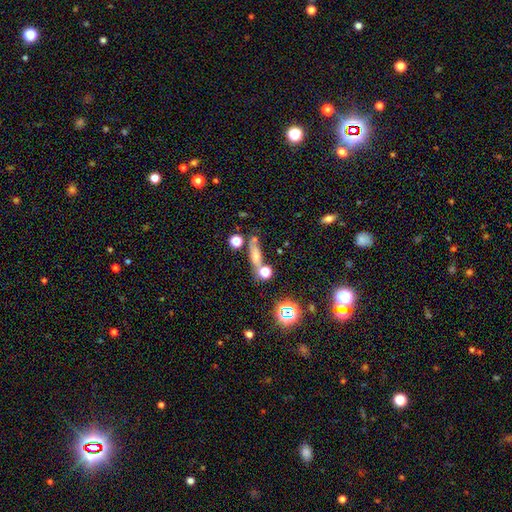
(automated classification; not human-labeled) Smooth or featured: smooth — 58% (featured or disk — 23%)
How rounded: cigar-shaped — 54% (in between — 31%)
Merging: none — 55% (merger — 21%)